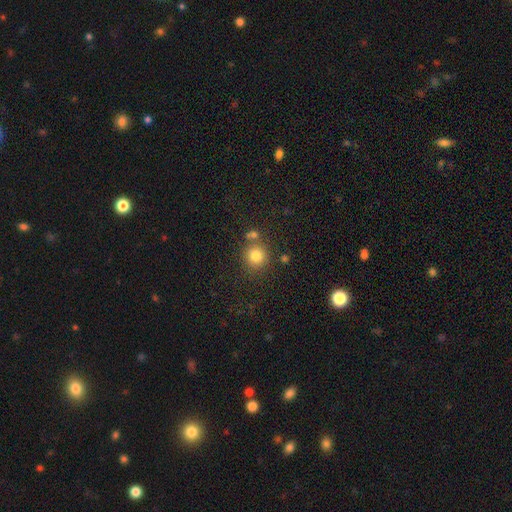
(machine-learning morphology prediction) Smooth or featured: smooth — 80% (star or artifact — 13%)
How rounded: round — 90% (in between — 9%)
Merging: none — 72% (merger — 14%)